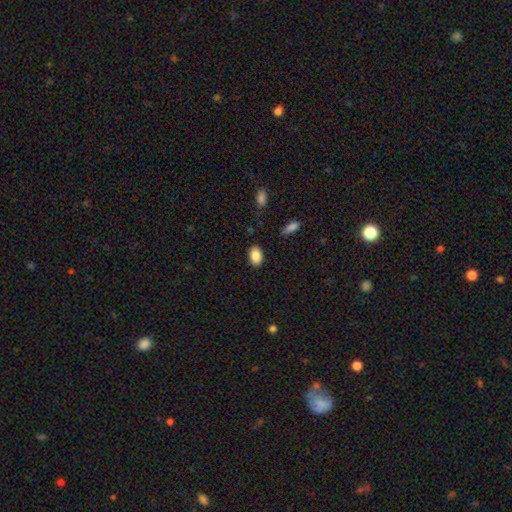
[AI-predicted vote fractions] Smooth or featured? Predicted: smooth (p=0.87). How rounded? Predicted: in between (p=0.88). Merging? Predicted: none (p=0.87).